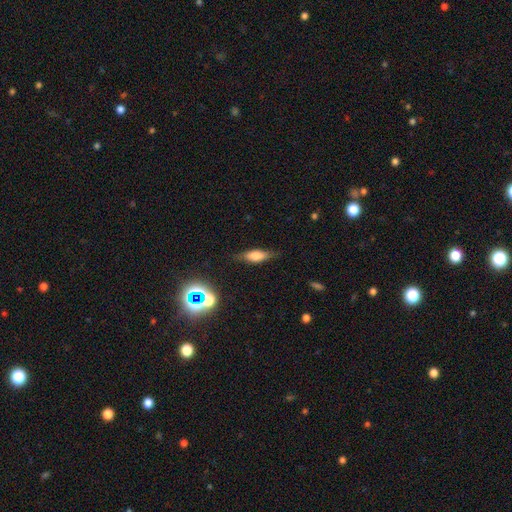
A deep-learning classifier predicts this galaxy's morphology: The model was most divided on "how rounded": in between: 53%, cigar-shaped: 43%, round: 4%. More confident: merging — none (79%); smooth or featured — smooth (57%).